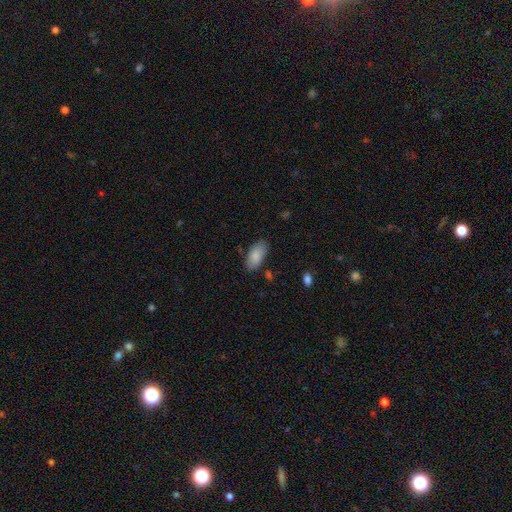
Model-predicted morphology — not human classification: The model was most divided on "merging": none: 80%, minor disturbance: 14%, major disturbance: 3%, merger: 2%. More confident: how rounded — in between (93%); smooth or featured — smooth (86%).